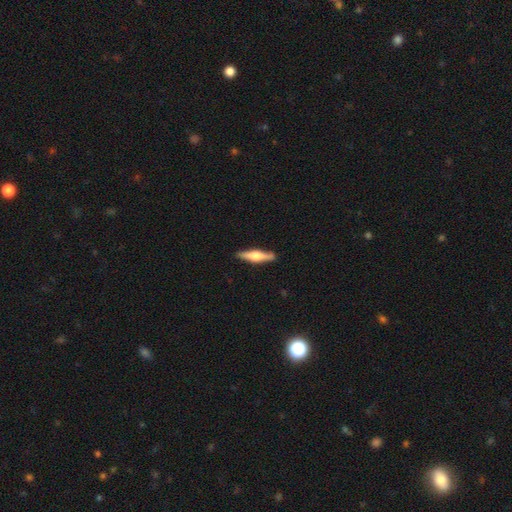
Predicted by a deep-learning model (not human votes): Smooth or featured?
  - featured or disk: 60% *
  - smooth: 35%
  - star or artifact: 5%
Edge-on disk?
  - yes: 97% *
  - no: 3%
Edge-on bulge?
  - rounded: 86% *
  - boxy: 11%
  - none: 3%
Merging?
  - none: 89% *
  - minor disturbance: 8%
  - major disturbance: 2%
  - merger: 1%